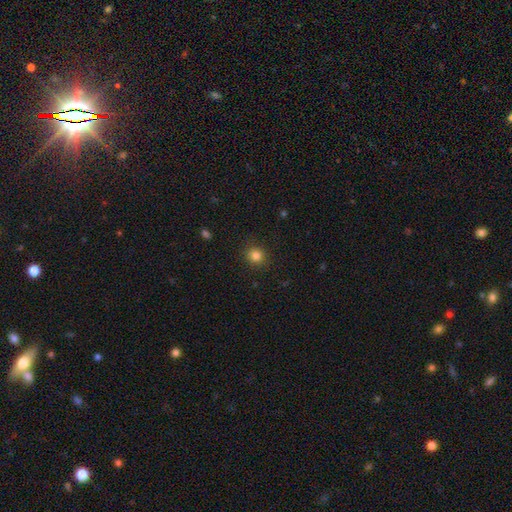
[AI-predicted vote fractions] Q: Smooth or featured?
A: smooth (83%); runner-up: star or artifact (12%)
Q: How rounded?
A: round (89%); runner-up: in between (10%)
Q: Merging?
A: none (89%); runner-up: minor disturbance (8%)